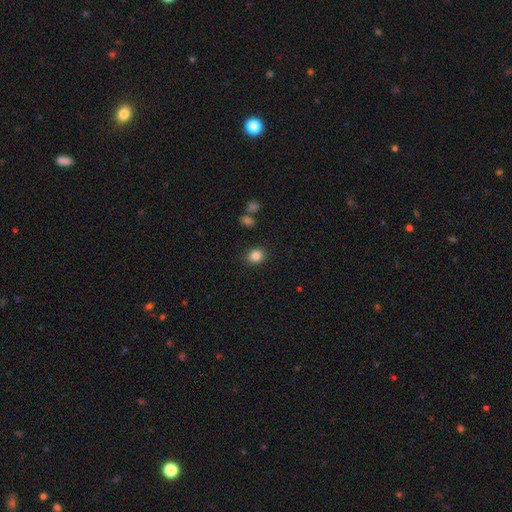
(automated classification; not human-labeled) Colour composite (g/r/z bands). It shows a smooth galaxy with no disk features (84%) that is round (60%). Merging: none (87%).